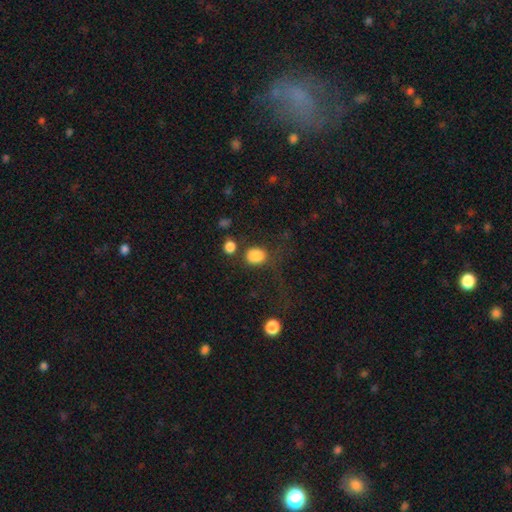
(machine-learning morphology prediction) The model was most divided on "how rounded": round: 53%, in between: 45%, cigar-shaped: 1%. More confident: smooth or featured — smooth (85%); merging — none (61%).